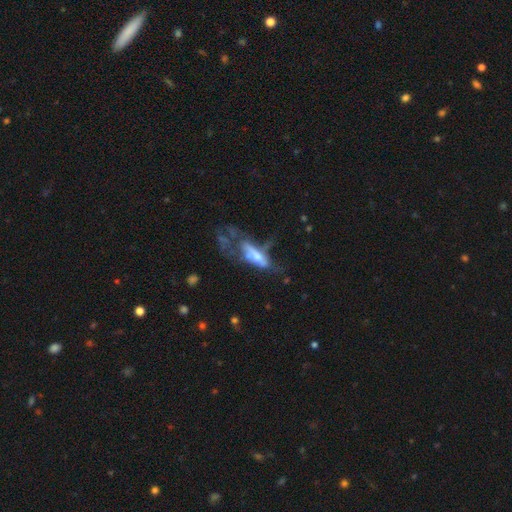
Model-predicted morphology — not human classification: type=featured or disk (48%); merging=major disturbance (47%).